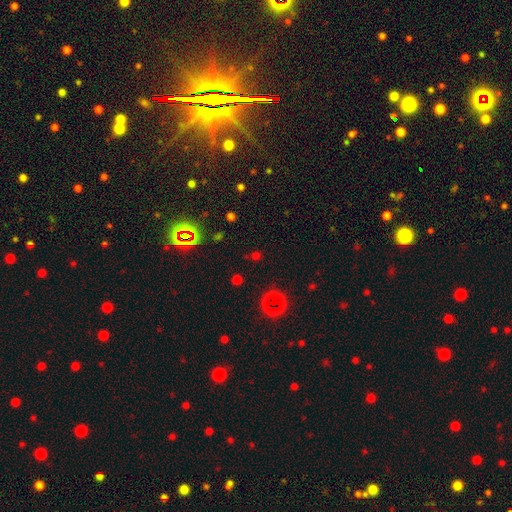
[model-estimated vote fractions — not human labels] This appears to be a star or artifact, not a galaxy (59%).